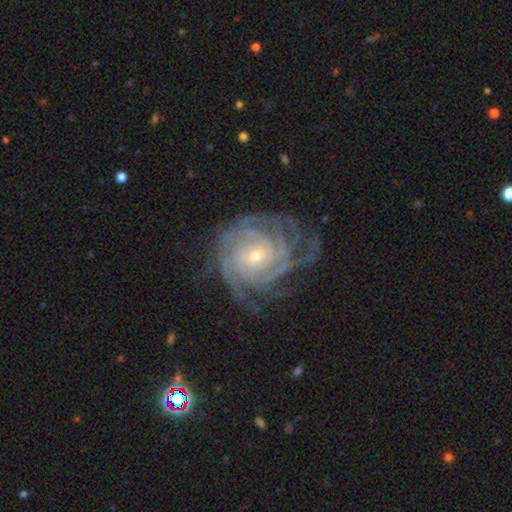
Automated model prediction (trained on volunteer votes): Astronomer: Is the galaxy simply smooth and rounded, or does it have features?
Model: featured or disk — 89%.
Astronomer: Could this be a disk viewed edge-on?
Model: no — 97%.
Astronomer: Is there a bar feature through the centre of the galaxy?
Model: no — 65%.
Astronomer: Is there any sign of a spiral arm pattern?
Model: yes — 97%.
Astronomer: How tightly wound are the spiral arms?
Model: tight — 75%.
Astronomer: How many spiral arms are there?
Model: can't tell — 27% (runner-up: 4, 26%).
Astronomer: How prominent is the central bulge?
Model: small — 68%.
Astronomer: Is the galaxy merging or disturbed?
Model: none — 68%.